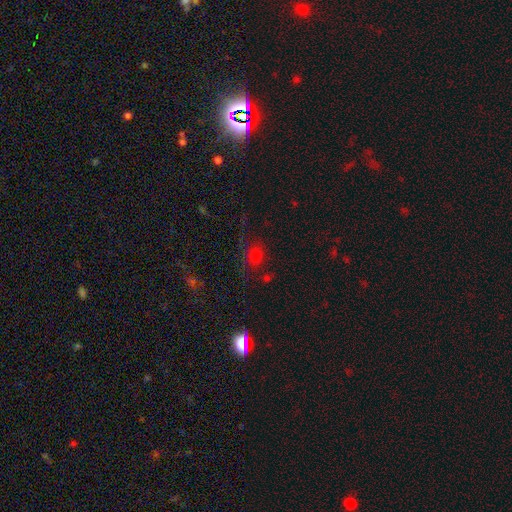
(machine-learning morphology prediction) The model was most divided on "how rounded": round: 65%, in between: 34%, cigar-shaped: 2%. More confident: smooth or featured — smooth (61%); merging — none (59%).